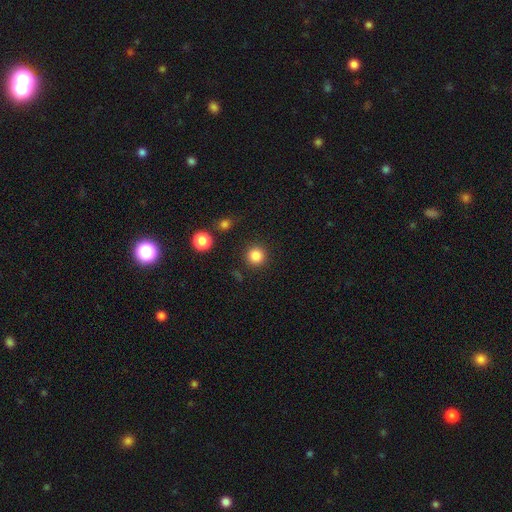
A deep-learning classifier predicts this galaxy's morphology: smooth-or-featured: smooth: 85% | star or artifact: 11% | featured or disk: 4%
  how-rounded: round: 95% | in between: 4% | cigar-shaped: 1%
  merging: none: 90% | minor disturbance: 6% | major disturbance: 2% | merger: 2%